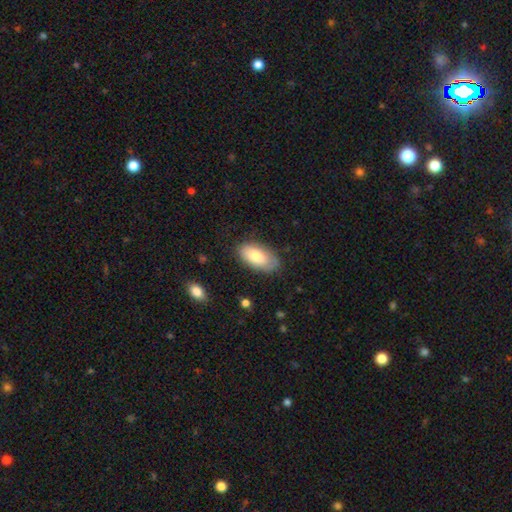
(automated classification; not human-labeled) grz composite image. It shows a smooth galaxy with no disk features (76%) that is in between round and cigar-shaped (94%). Merging: none (77%).